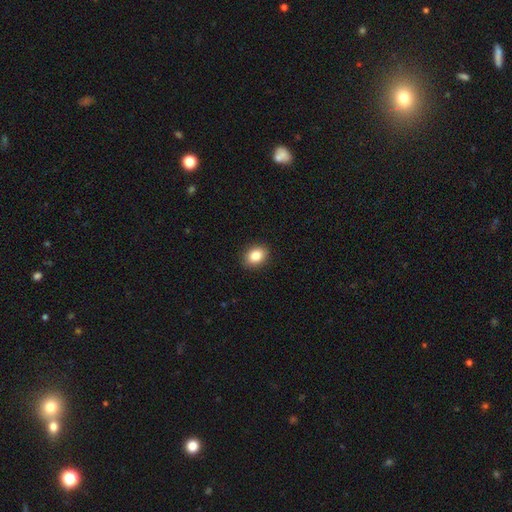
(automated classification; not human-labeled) Smooth or featured?
  - smooth: 85% *
  - star or artifact: 9%
  - featured or disk: 6%
How rounded?
  - in between: 63% *
  - round: 36%
  - cigar-shaped: 1%
Merging?
  - none: 90% *
  - minor disturbance: 7%
  - major disturbance: 2%
  - merger: 1%